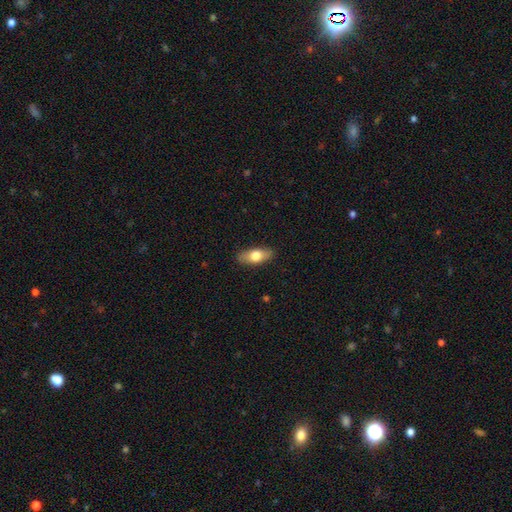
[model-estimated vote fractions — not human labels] Smooth or featured?
  - smooth: 69% *
  - featured or disk: 25%
  - star or artifact: 6%
How rounded?
  - in between: 78% *
  - cigar-shaped: 17%
  - round: 4%
Merging?
  - none: 88% *
  - minor disturbance: 9%
  - major disturbance: 2%
  - merger: 1%